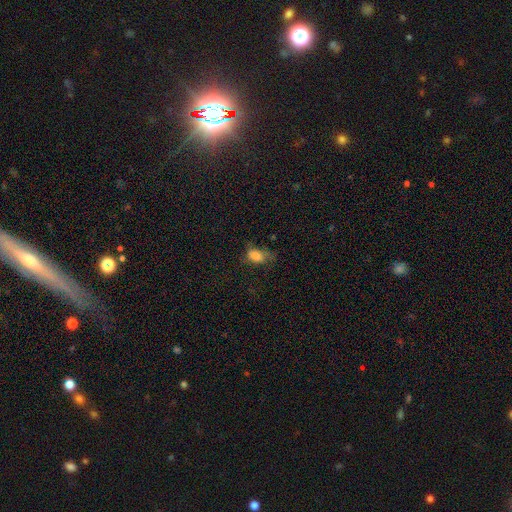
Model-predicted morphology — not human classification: Smooth or featured: smooth — 77% (featured or disk — 12%)
How rounded: in between — 84% (round — 12%)
Merging: none — 43% (minor disturbance — 30%)